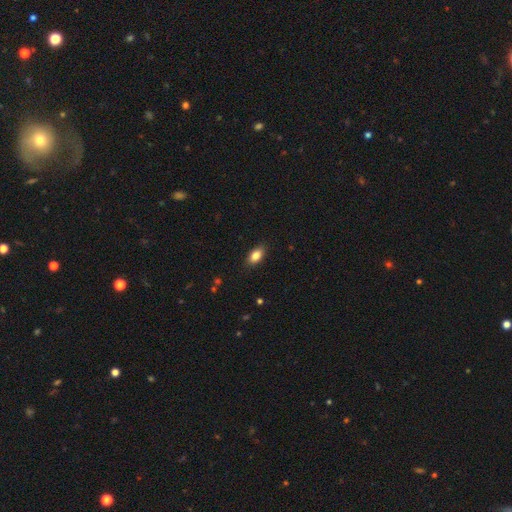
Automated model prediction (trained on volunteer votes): This appears to be a smooth galaxy with no disk features (84%) that is in between round and cigar-shaped (89%). Merging: none (87%).